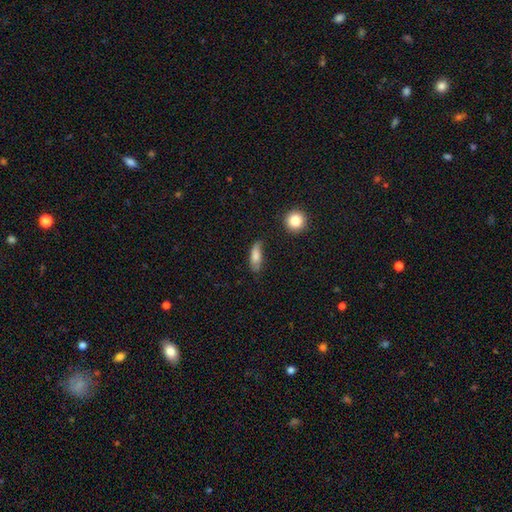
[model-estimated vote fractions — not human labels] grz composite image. It shows a smooth galaxy with no disk features (76%) that is in between round and cigar-shaped (63%). Merging: none (68%).